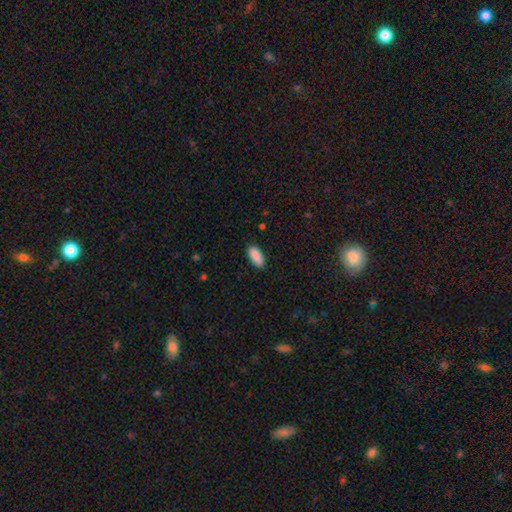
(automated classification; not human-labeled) Morphology: type=smooth (89%); roundness=in between (88%); merging=none (88%).